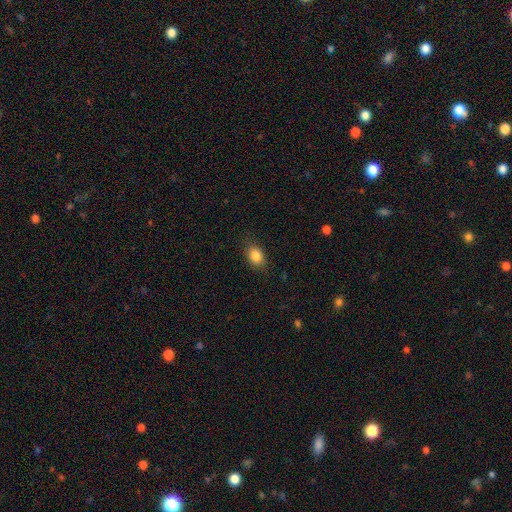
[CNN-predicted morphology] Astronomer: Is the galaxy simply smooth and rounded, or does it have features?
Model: smooth — 85%.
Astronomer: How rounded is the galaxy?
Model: in between — 71%.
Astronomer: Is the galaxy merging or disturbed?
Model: none — 83%.